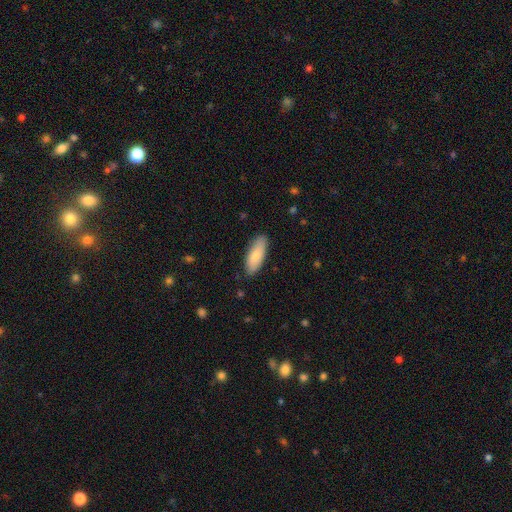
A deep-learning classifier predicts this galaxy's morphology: The model was most divided on "how rounded": in between: 72%, cigar-shaped: 26%, round: 2%. More confident: merging — none (85%); smooth or featured — smooth (80%).